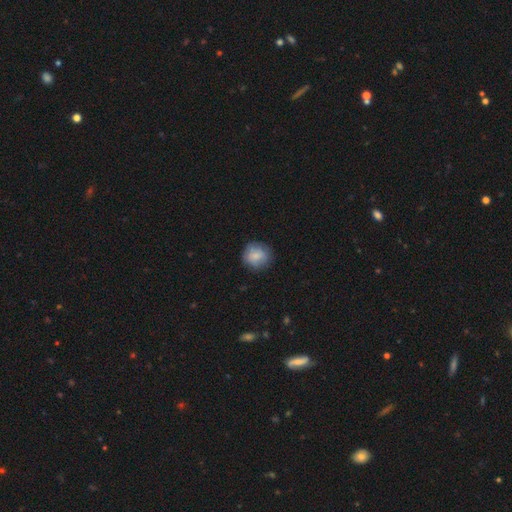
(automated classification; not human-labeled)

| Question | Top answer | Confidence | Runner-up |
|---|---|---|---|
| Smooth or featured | smooth | 81% | featured or disk (11%) |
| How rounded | round | 87% | in between (12%) |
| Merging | none | 80% | minor disturbance (15%) |